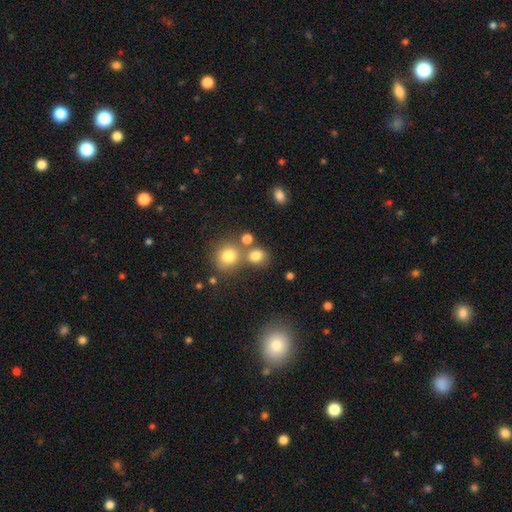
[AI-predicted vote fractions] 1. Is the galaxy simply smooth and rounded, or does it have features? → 77% smooth, 15% star or artifact, 8% featured or disk.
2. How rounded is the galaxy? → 70% round, 29% in between, 1% cigar-shaped.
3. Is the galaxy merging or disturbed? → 56% none, 28% merger, 11% minor disturbance, 5% major disturbance.